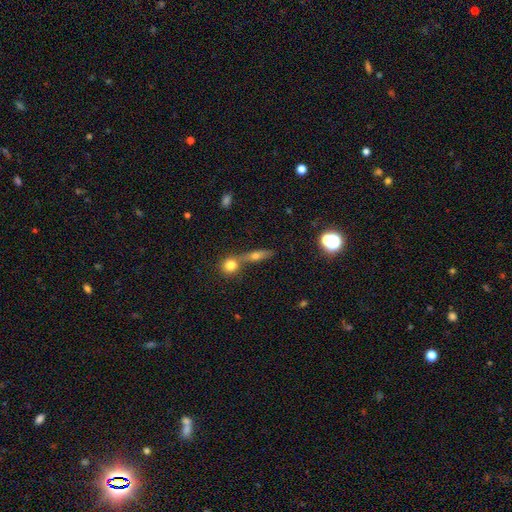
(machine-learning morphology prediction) Smooth or featured?
  - smooth: 52% *
  - featured or disk: 33%
  - star or artifact: 15%
How rounded?
  - cigar-shaped: 55% *
  - in between: 29%
  - round: 16%
Merging?
  - none: 50% *
  - merger: 37%
  - minor disturbance: 9%
  - major disturbance: 4%